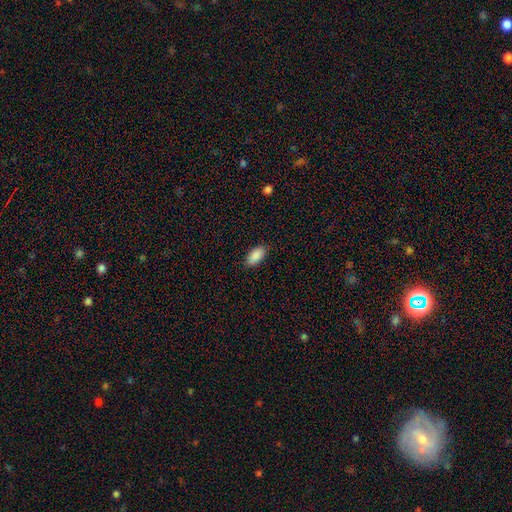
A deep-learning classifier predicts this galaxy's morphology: This is clearly a smooth galaxy (88%). How rounded: clearly in between (93%). Merging: clearly none (81%).